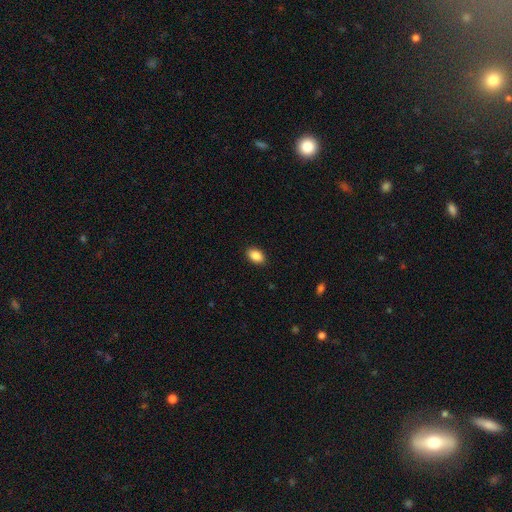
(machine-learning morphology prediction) Smooth or featured?
  - smooth: 89% *
  - star or artifact: 7%
  - featured or disk: 3%
How rounded?
  - in between: 90% *
  - round: 8%
  - cigar-shaped: 1%
Merging?
  - none: 89% *
  - minor disturbance: 8%
  - major disturbance: 2%
  - merger: 1%